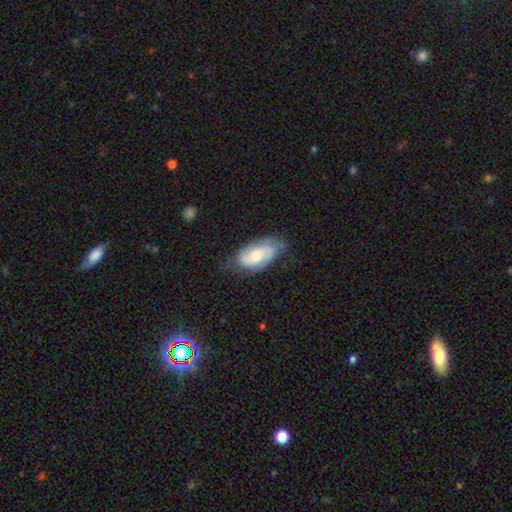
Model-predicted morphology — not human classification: smooth_or_featured: featured or disk (p=0.61) [alt: smooth p=0.33]
disk_edge_on: no (p=0.95) [alt: yes p=0.05]
bar: no (p=0.65) [alt: weak p=0.30]
has_spiral_arms: yes (p=0.89) [alt: no p=0.11]
spiral_winding: medium (p=0.42) [alt: tight p=0.39]
spiral_arm_count: 2 (p=0.65) [alt: can't tell p=0.19]
bulge_size: moderate (p=0.57) [alt: small p=0.29]
merging: none (p=0.60) [alt: minor disturbance p=0.29]